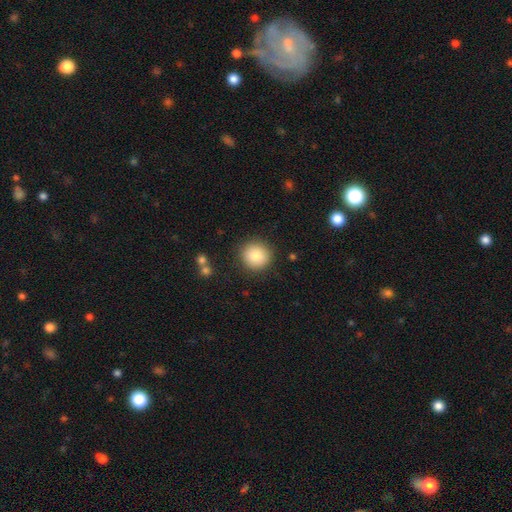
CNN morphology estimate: Smooth or featured? smooth (85%)
How rounded? round (93%)
Merging? none (89%)